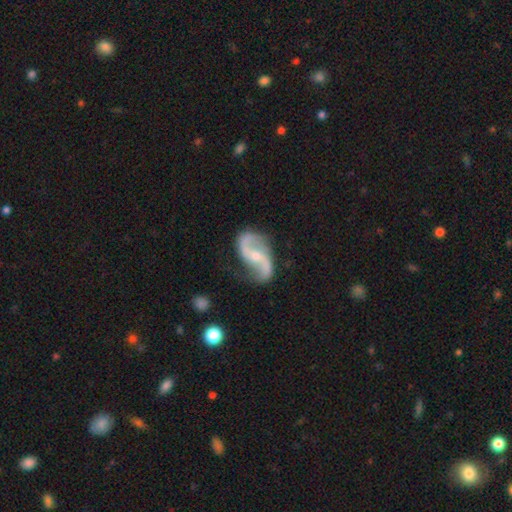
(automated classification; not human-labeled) Overall: featured or disk (90%). Edge-on disk: no (97%). Bar: no (42%; weak 39%). Spiral arms: yes (97%). Spiral arm count: 2 (94%). Spiral winding: loose (69%). Bulge size: small (57%; moderate 37%). Merging: none (76%).